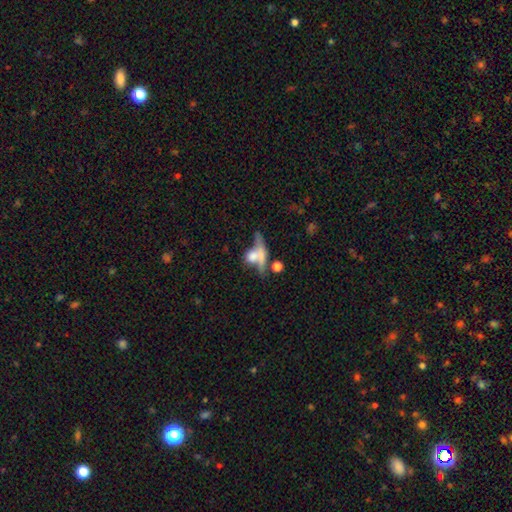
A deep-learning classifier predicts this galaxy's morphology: type=smooth (54%); roundness=in between (41%); merging=merger (44%).